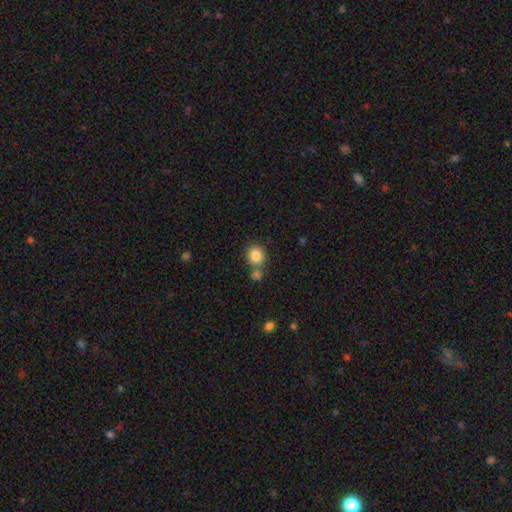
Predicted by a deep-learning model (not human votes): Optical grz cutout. It shows a smooth galaxy with no disk features (85%) that is round (81%). Merging: none (62%).